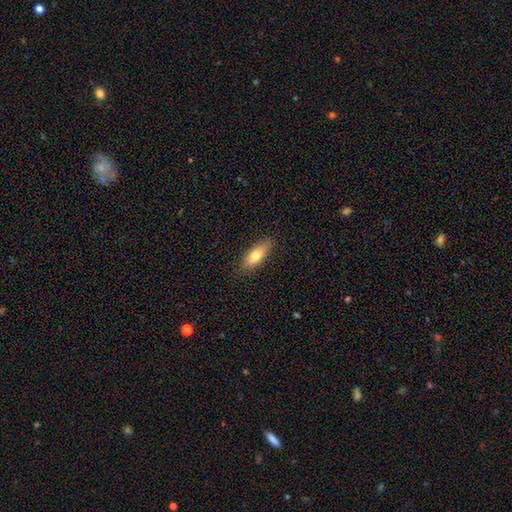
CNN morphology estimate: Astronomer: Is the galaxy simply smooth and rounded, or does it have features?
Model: smooth — 71%.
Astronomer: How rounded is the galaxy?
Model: in between — 63%.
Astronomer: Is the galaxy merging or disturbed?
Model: none — 85%.